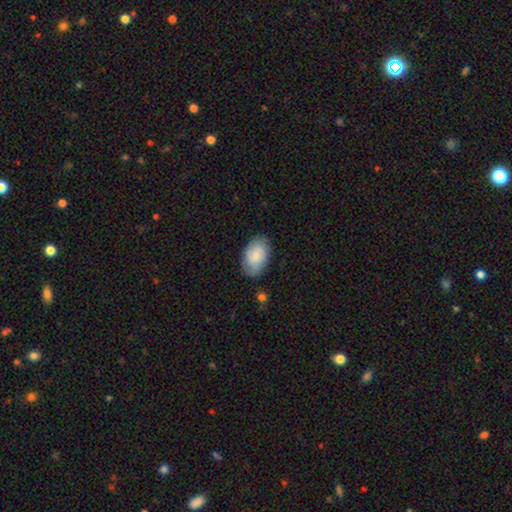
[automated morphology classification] type=smooth (79%); roundness=in between (92%); merging=none (80%).